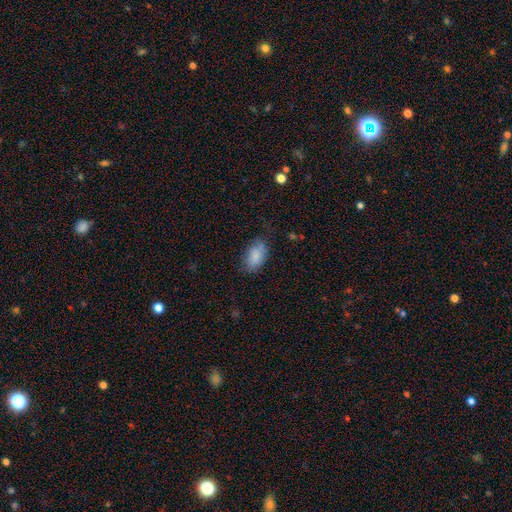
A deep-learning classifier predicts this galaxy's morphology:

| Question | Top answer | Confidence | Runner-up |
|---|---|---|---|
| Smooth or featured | smooth | 84% | featured or disk (9%) |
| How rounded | in between | 93% | round (5%) |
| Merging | none | 66% | minor disturbance (25%) |